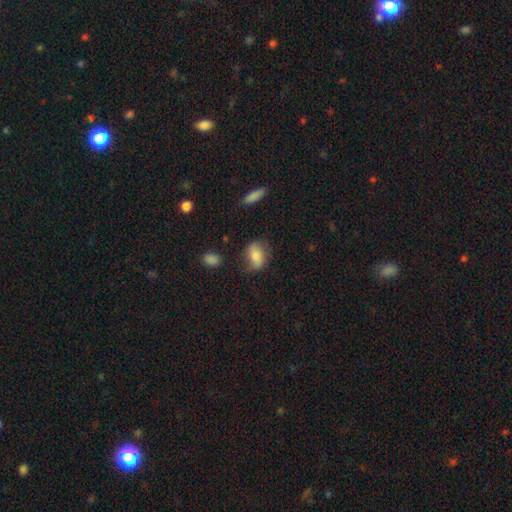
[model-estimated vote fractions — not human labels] This is likely a smooth galaxy (73%). How rounded: likely in between (79%). Merging: possibly none (59%).